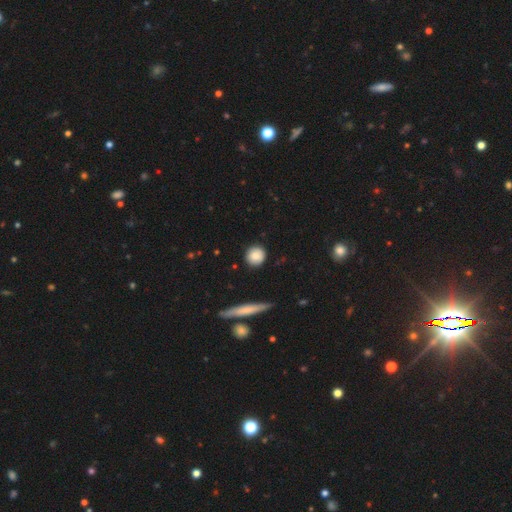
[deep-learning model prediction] A smooth galaxy with no disk features (85%) that is round (89%).

Vote fractions:
- Smooth or featured? smooth: 85% / featured or disk: 8% / star or artifact: 7%
- How rounded? round: 89% / in between: 9% / cigar-shaped: 2%
- Merging? none: 88% / minor disturbance: 8% / major disturbance: 2% / merger: 2%